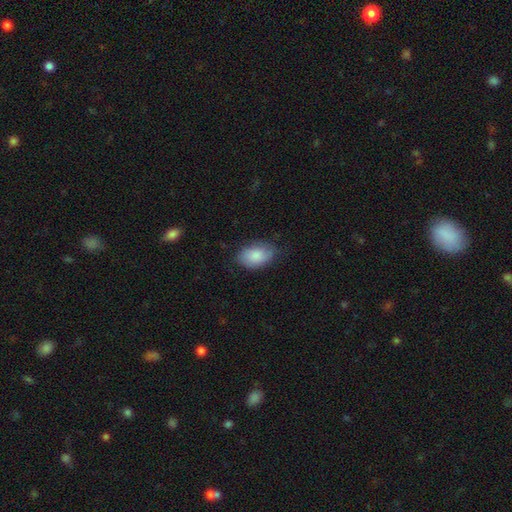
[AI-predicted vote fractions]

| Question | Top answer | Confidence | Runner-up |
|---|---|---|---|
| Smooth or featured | smooth | 84% | featured or disk (10%) |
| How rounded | in between | 89% | round (10%) |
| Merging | none | 73% | minor disturbance (21%) |